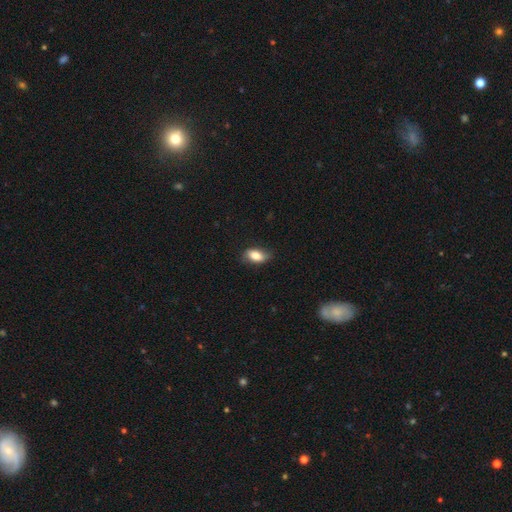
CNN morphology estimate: smooth 79%, featured or disk 13%, star or artifact 7%. Down the decision tree: how rounded — in between (88%); merging — none (73%).